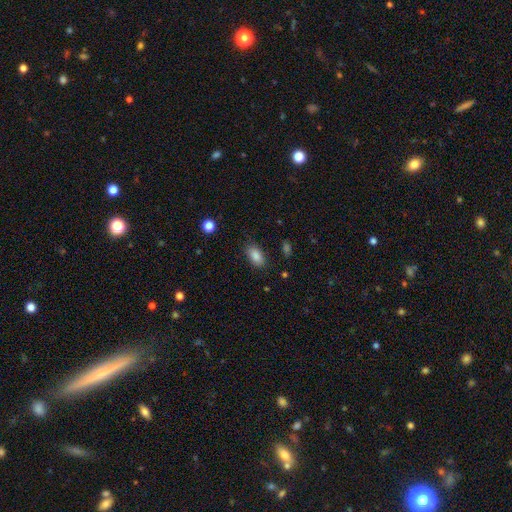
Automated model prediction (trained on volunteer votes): This is clearly a smooth galaxy (86%). How rounded: clearly in between (91%). Merging: clearly none (85%).